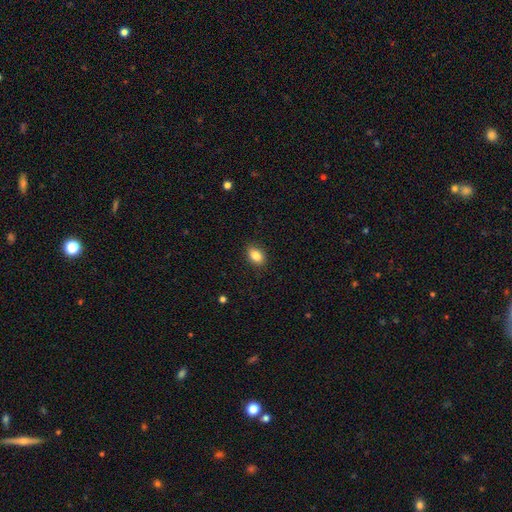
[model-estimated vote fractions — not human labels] A smooth galaxy with no disk features (86%) that is in between round and cigar-shaped (84%).

Vote fractions:
- Smooth or featured? smooth: 86% / star or artifact: 8% / featured or disk: 6%
- How rounded? in between: 84% / round: 15% / cigar-shaped: 2%
- Merging? none: 88% / minor disturbance: 9% / major disturbance: 2% / merger: 1%